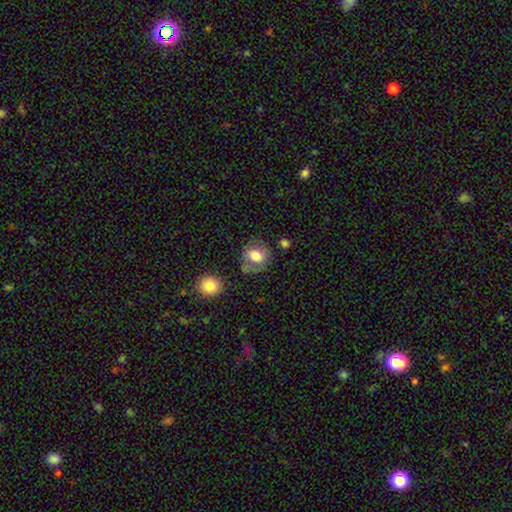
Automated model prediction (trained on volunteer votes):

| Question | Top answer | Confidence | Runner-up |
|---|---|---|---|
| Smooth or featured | smooth | 70% | featured or disk (21%) |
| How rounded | round | 66% | in between (33%) |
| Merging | none | 66% | minor disturbance (20%) |